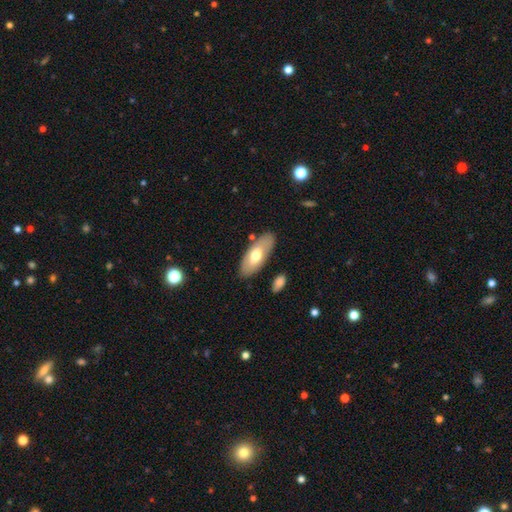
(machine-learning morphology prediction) smooth 62%, featured or disk 32%, star or artifact 6%. Down the decision tree: how rounded — in between (83%); merging — none (81%).